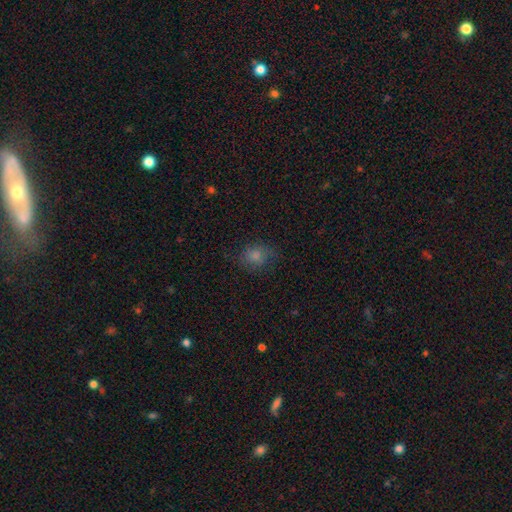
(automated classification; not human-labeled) smooth-or-featured: smooth: 78% | star or artifact: 13% | featured or disk: 9%
  how-rounded: round: 57% | in between: 42% | cigar-shaped: 1%
  merging: none: 69% | minor disturbance: 21% | major disturbance: 9% | merger: 1%